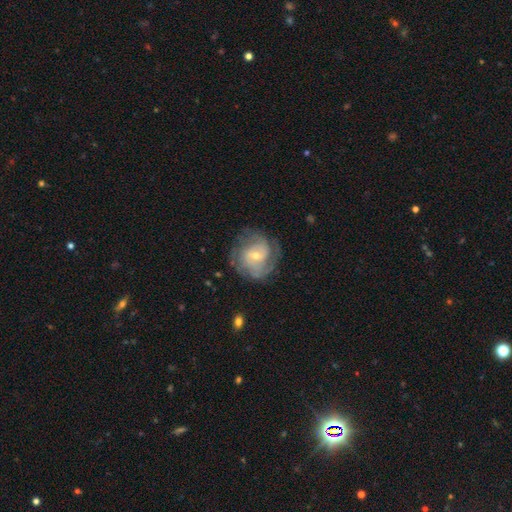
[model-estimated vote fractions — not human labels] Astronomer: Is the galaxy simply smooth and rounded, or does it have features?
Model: featured or disk — 76%.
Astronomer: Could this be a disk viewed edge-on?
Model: no — 97%.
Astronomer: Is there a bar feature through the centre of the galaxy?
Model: no — 46% (runner-up: weak, 44%).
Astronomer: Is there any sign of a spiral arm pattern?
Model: yes — 89%.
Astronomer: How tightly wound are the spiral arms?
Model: tight — 53% (runner-up: medium, 35%).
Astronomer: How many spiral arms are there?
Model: can't tell — 37% (runner-up: 2, 32%).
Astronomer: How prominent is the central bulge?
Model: small — 60%.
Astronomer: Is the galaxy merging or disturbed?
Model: none — 70%.